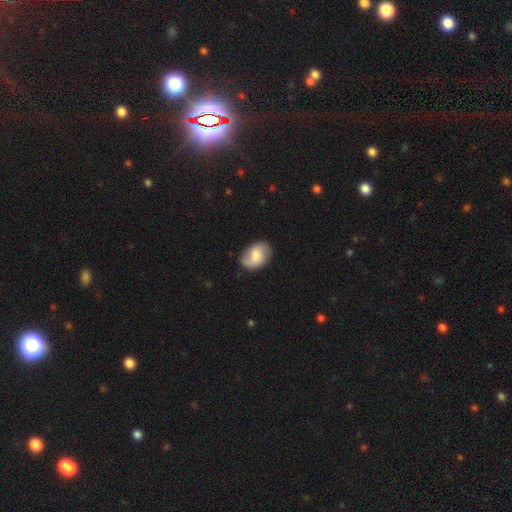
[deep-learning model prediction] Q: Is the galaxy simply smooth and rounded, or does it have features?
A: featured or disk — 50%.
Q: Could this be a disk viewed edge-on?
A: no — 97%.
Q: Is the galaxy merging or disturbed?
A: none — 76%.